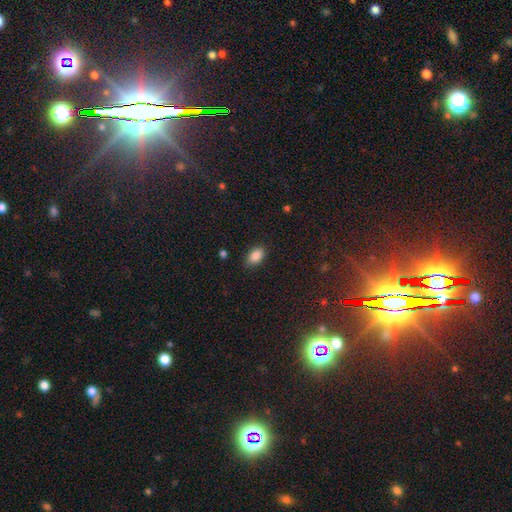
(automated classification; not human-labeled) This appears to be a smooth galaxy with no disk features (87%) that is in between round and cigar-shaped (91%). Merging: none (83%).